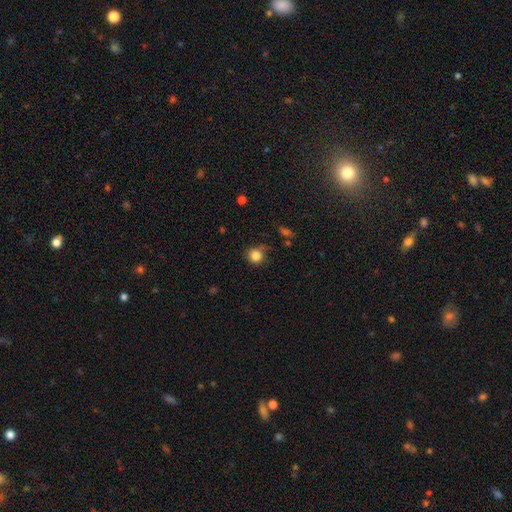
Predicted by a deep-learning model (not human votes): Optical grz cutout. It shows a smooth galaxy with no disk features (84%) that is round (89%). Merging: none (75%).